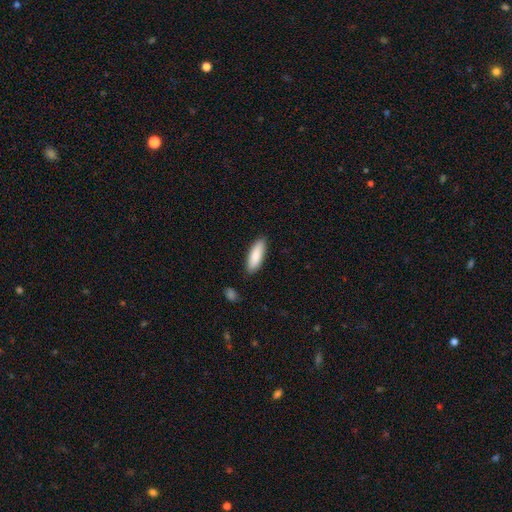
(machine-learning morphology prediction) Smooth or featured: smooth — 87% (featured or disk — 8%)
How rounded: in between — 56% (cigar-shaped — 42%)
Merging: none — 87% (minor disturbance — 10%)